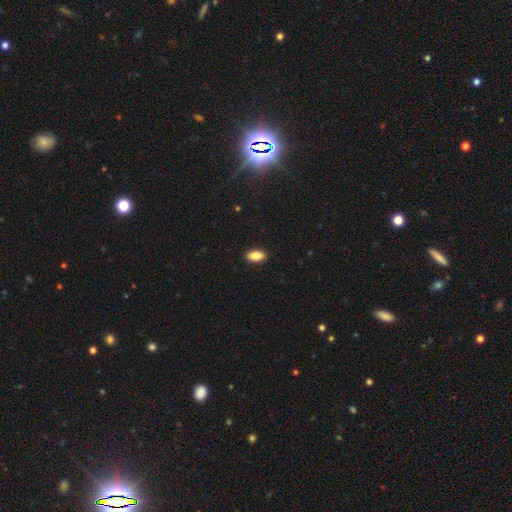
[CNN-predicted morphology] Smooth or featured? smooth (83%)
How rounded? in between (89%)
Merging? none (91%)